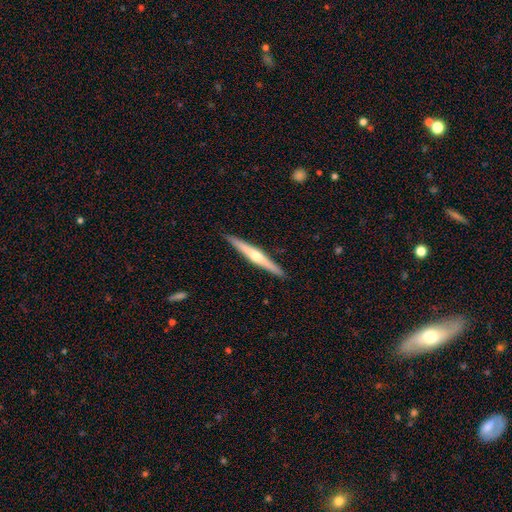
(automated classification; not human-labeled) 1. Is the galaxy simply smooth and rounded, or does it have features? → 67% featured or disk, 28% smooth, 5% star or artifact.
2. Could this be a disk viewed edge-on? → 98% yes, 2% no.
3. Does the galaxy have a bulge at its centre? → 83% rounded, 13% none, 4% boxy.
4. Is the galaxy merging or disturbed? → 91% none, 6% minor disturbance, 1% major disturbance, 1% merger.